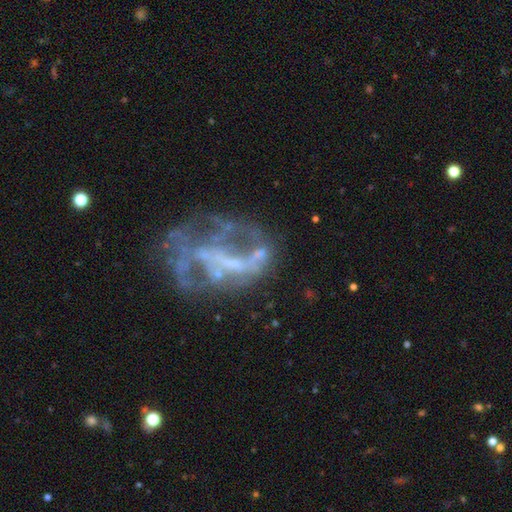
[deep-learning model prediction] Smooth or featured? Predicted: featured or disk (p=0.70). Edge-on disk? Predicted: no (p=0.97). Bar? Predicted: no (p=0.54). Spiral arms? Predicted: no (p=0.67). Bulge size? Predicted: none (p=0.59). Merging? Predicted: major disturbance (p=0.42).